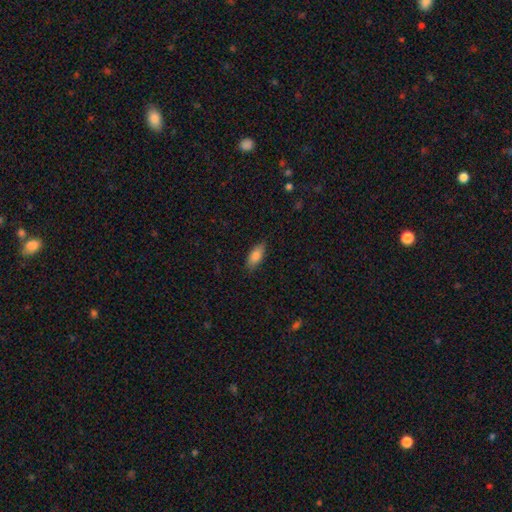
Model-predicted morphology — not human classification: Q: Smooth or featured?
A: smooth (80%); runner-up: featured or disk (14%)
Q: How rounded?
A: in between (78%); runner-up: cigar-shaped (20%)
Q: Merging?
A: none (85%); runner-up: minor disturbance (12%)